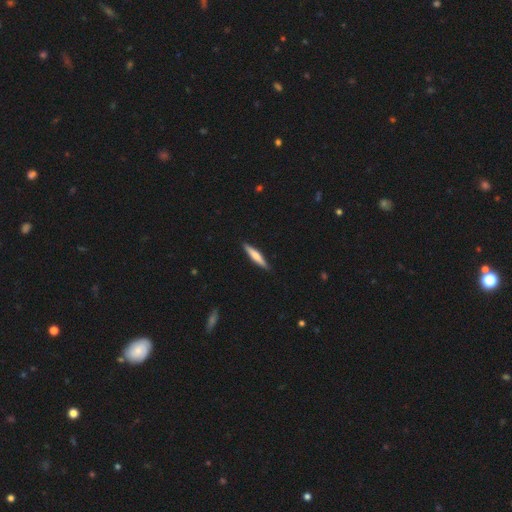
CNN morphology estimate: smooth 59%, featured or disk 36%, star or artifact 5%. Down the decision tree: how rounded — cigar-shaped (89%); merging — none (90%).